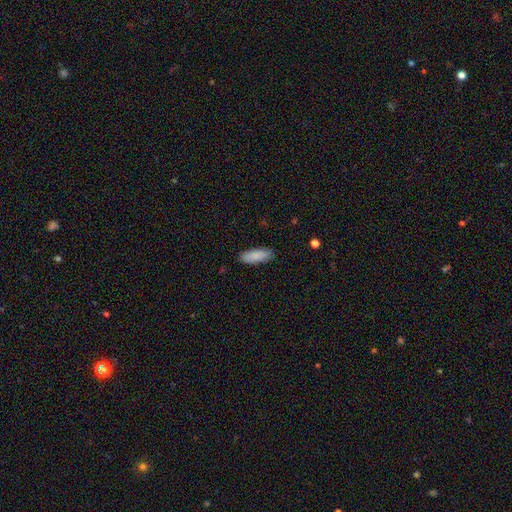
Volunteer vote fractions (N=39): This is clearly a smooth galaxy (87%). How rounded: likely in between (74%). Merging: clearly none (92%).